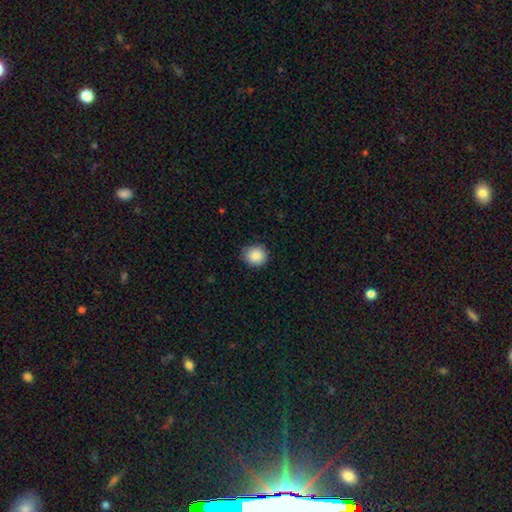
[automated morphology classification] Smooth or featured? Predicted: smooth (p=0.87). How rounded? Predicted: round (p=0.86). Merging? Predicted: none (p=0.86).